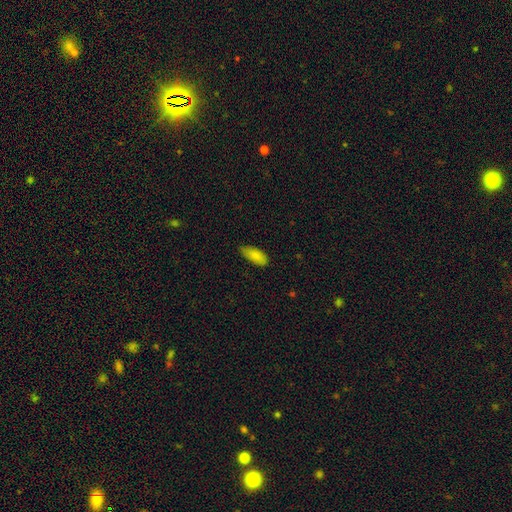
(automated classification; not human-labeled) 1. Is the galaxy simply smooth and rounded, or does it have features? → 87% smooth, 7% star or artifact, 7% featured or disk.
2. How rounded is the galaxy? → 85% in between, 13% cigar-shaped, 2% round.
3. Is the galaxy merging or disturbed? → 74% none, 22% minor disturbance, 3% major disturbance, 1% merger.